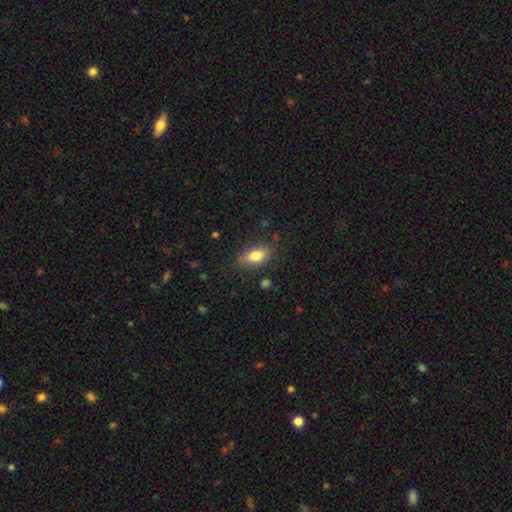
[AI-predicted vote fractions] smooth-or-featured: smooth: 81% | featured or disk: 11% | star or artifact: 8%
  how-rounded: in between: 87% | round: 8% | cigar-shaped: 5%
  merging: none: 79% | minor disturbance: 16% | major disturbance: 4% | merger: 2%